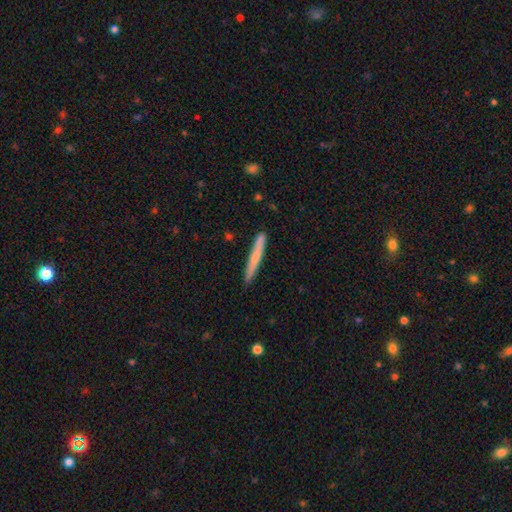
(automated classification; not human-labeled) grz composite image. It shows a smooth galaxy with no disk features (59%) that is cigar-shaped (96%). Merging: none (87%).